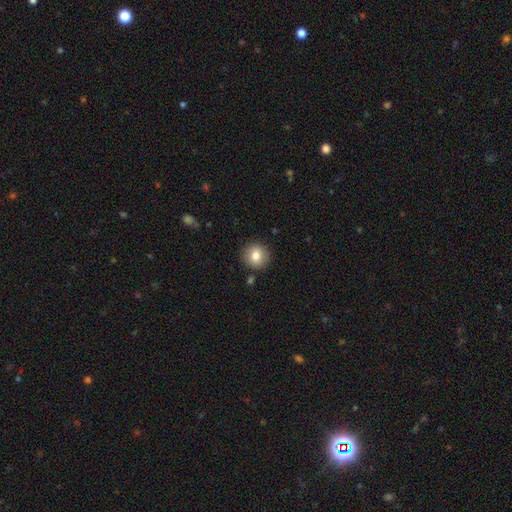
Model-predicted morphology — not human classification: Smooth or featured? Predicted: smooth (p=0.82). How rounded? Predicted: round (p=0.92). Merging? Predicted: none (p=0.89).